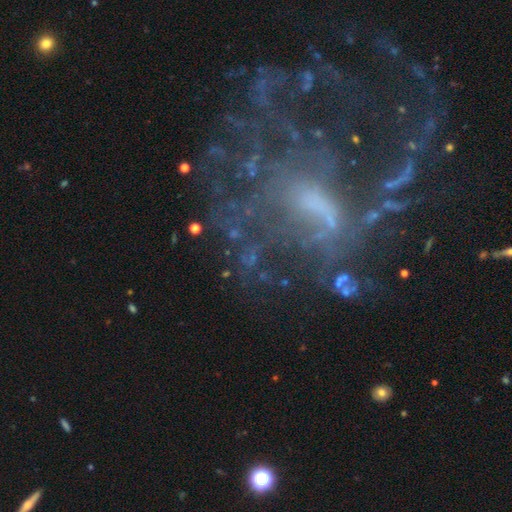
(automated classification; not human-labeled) Smooth or featured: featured or disk — 67% (star or artifact — 22%)
Edge-on disk: no — 96% (yes — 4%)
Bar: no — 56% (weak — 33%)
Spiral arms: no — 51% (yes — 49%)
Bulge size: small — 39% (moderate — 30%)
Merging: major disturbance — 43% (none — 38%)